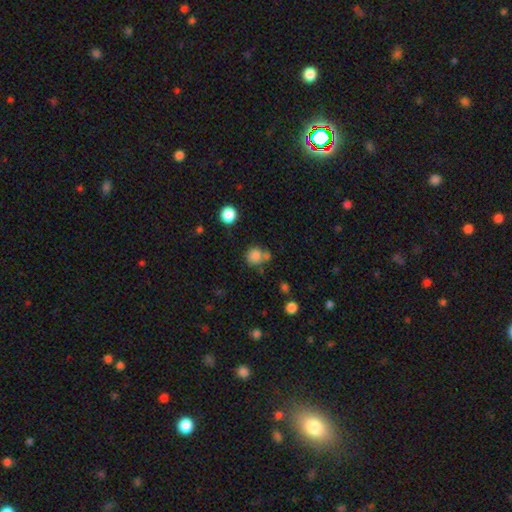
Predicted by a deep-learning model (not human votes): smooth-or-featured: smooth: 81% | star or artifact: 12% | featured or disk: 7%
  how-rounded: round: 83% | in between: 16% | cigar-shaped: 1%
  merging: none: 56% | merger: 23% | minor disturbance: 15% | major disturbance: 6%